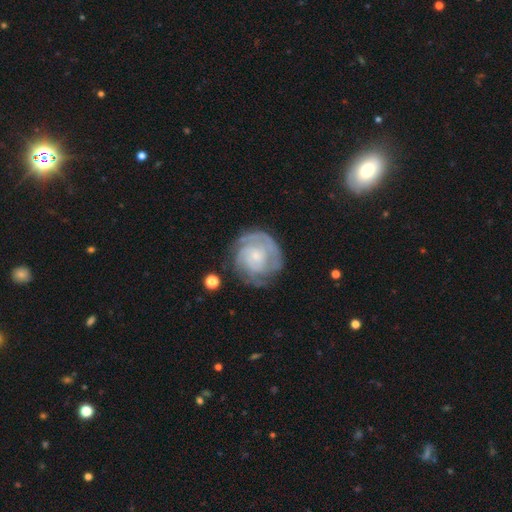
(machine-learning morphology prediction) The model was most divided on "spiral arm count": can't tell: 31%, 2: 26%, 3: 24%, 4: 8%, 1: 6%, more than 4: 5%. More confident: edge-on disk — no (98%); spiral arms — yes (94%); smooth or featured — featured or disk (81%); bar — no (74%); merging — none (71%); bulge size — small (70%); spiral winding — tight (69%).